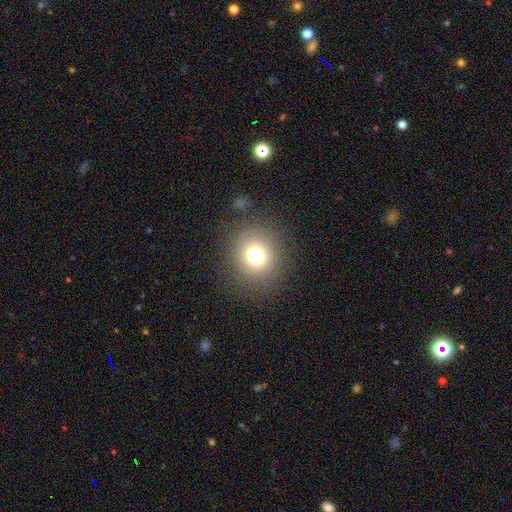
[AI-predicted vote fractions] Smooth or featured?
  - smooth: 74% *
  - star or artifact: 16%
  - featured or disk: 10%
How rounded?
  - round: 87% *
  - in between: 12%
  - cigar-shaped: 1%
Merging?
  - none: 86% *
  - minor disturbance: 8%
  - major disturbance: 5%
  - merger: 2%